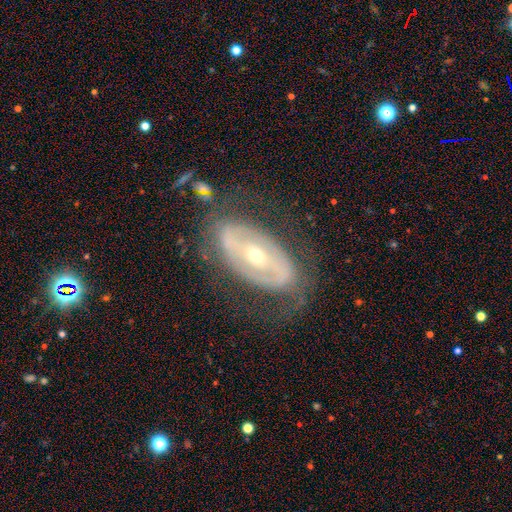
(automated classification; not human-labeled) smooth-or-featured: featured or disk: 79% | smooth: 15% | star or artifact: 6%
  disk-edge-on: no: 91% | yes: 9%
    bar: strong: 39% | no: 33% | weak: 28%
    has-spiral-arms: yes: 54% | no: 46%
    bulge-size: small: 56% | moderate: 41% | large: 2% | dominant: 1% | none: 1%
  merging: none: 65% | minor disturbance: 17% | major disturbance: 15% | merger: 2%